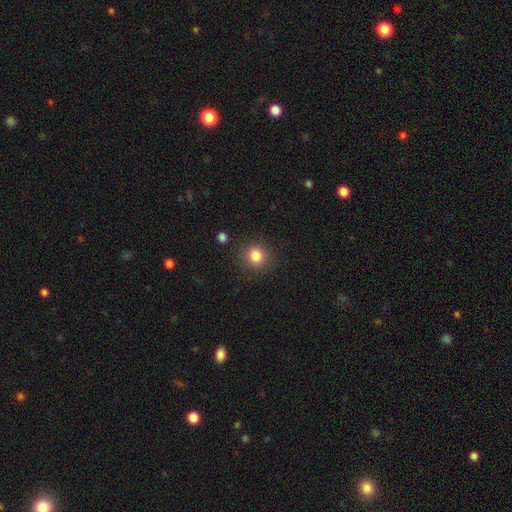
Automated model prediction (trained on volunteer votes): A smooth galaxy with no disk features (83%) that is round (86%). Merging: none (88%).